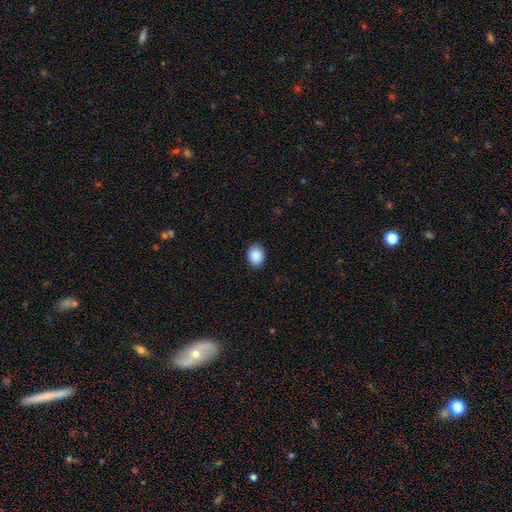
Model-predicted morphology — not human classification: Overall: smooth (89%). How rounded: in between (57%; round 42%). Merging: none (88%).